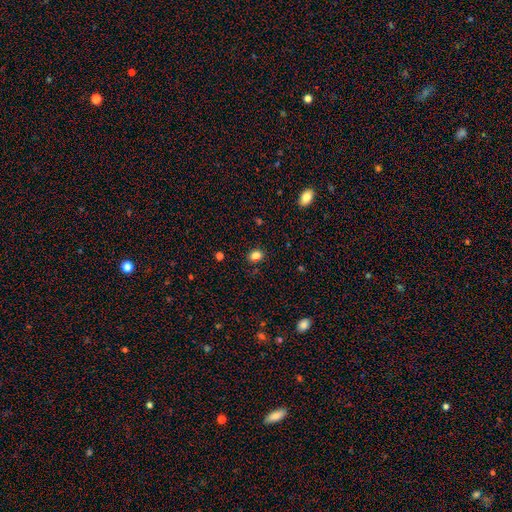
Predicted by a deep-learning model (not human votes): Smooth or featured: smooth — 82% (star or artifact — 12%)
How rounded: round — 54% (in between — 45%)
Merging: none — 84% (minor disturbance — 10%)